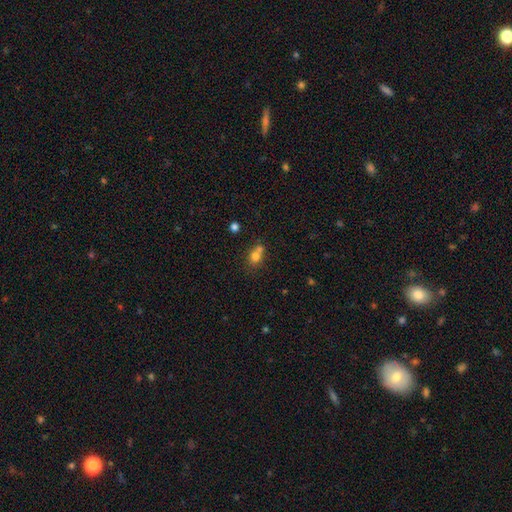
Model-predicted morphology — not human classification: Smooth or featured? smooth (75%)
How rounded? round (61%)
Merging? merger (49%)